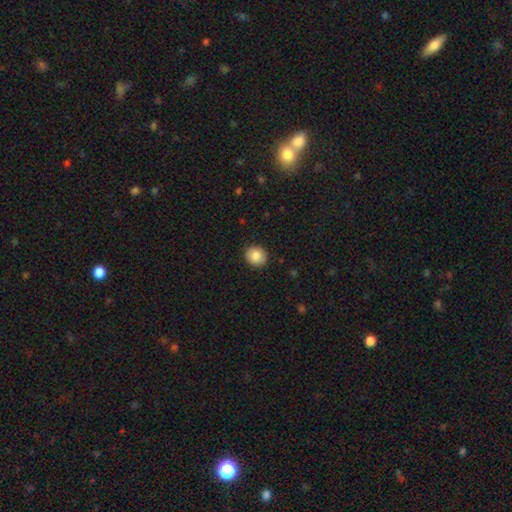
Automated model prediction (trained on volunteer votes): Morphology: type=smooth (86%); roundness=round (85%); merging=none (91%).